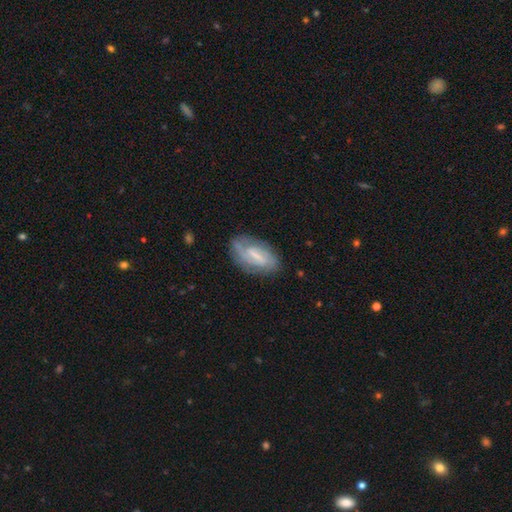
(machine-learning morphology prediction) type=featured or disk (70%); edge-on=no (94%); bar=weak (46%); spiral arms=yes (84%); winding=tight (50%); arm count=2 (51%); bulge=small (44%); merging=none (73%).